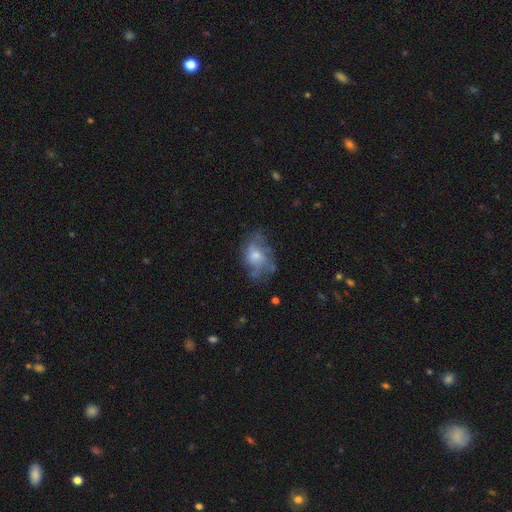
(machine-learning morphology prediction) Smooth or featured: featured or disk — 48% (smooth — 42%)
Merging: none — 51% (minor disturbance — 25%)